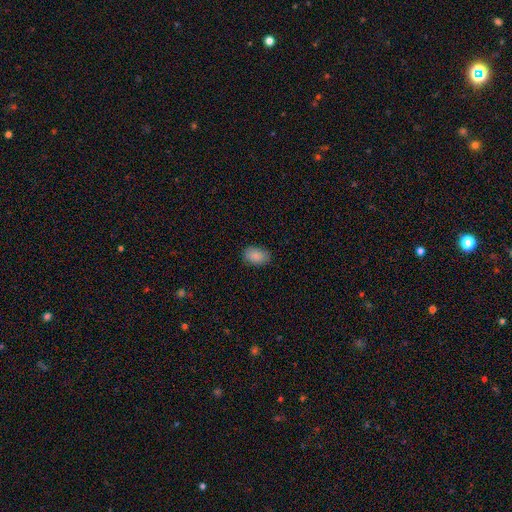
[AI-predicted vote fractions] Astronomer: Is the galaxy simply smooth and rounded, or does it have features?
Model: smooth — 88%.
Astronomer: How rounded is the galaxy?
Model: in between — 88%.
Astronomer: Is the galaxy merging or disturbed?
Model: none — 85%.